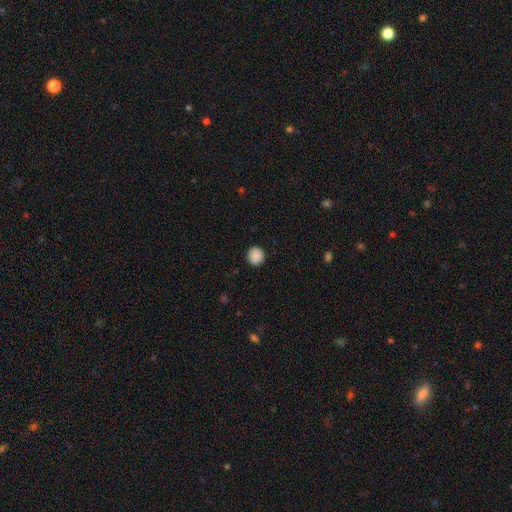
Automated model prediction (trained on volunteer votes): Smooth or featured?
  - smooth: 89% *
  - star or artifact: 8%
  - featured or disk: 3%
How rounded?
  - round: 89% *
  - in between: 10%
  - cigar-shaped: 1%
Merging?
  - none: 90% *
  - minor disturbance: 7%
  - major disturbance: 2%
  - merger: 1%